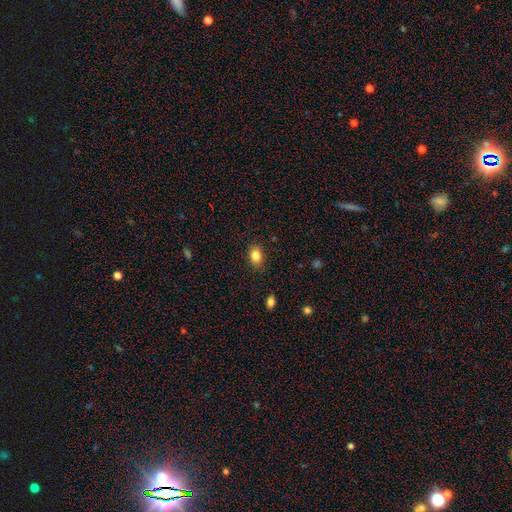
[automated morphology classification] A smooth galaxy with no disk features (84%) that is in between round and cigar-shaped (75%).

Vote fractions:
- Smooth or featured? smooth: 84% / star or artifact: 9% / featured or disk: 6%
- How rounded? in between: 75% / round: 24% / cigar-shaped: 1%
- Merging? none: 85% / minor disturbance: 11% / major disturbance: 2% / merger: 1%